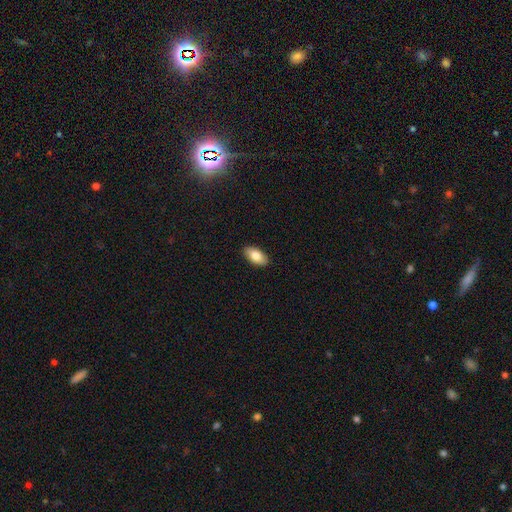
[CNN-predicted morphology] Overall: smooth (83%). How rounded: in between (94%). Merging: none (90%).